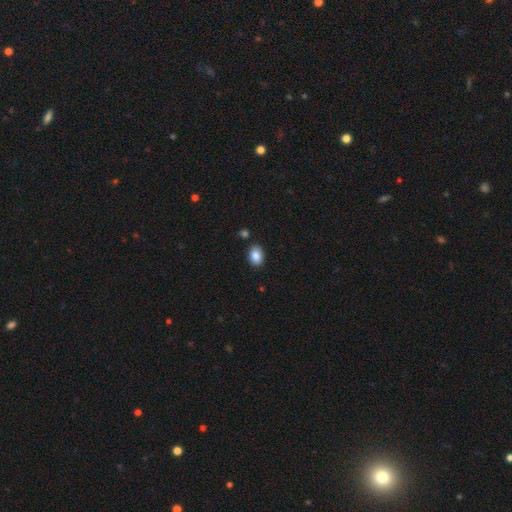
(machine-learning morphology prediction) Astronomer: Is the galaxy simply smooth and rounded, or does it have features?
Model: smooth — 87%.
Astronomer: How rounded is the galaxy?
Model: in between — 78%.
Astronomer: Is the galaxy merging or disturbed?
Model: none — 85%.